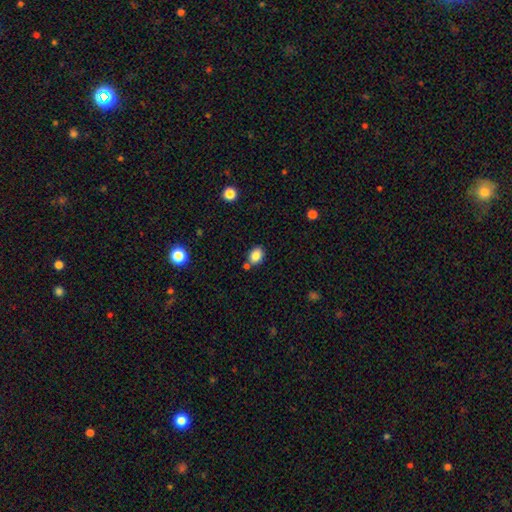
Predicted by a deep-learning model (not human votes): Smooth or featured?
  - smooth: 84% *
  - star or artifact: 10%
  - featured or disk: 6%
How rounded?
  - in between: 66% *
  - round: 33%
  - cigar-shaped: 1%
Merging?
  - none: 72% *
  - merger: 13%
  - minor disturbance: 12%
  - major disturbance: 3%